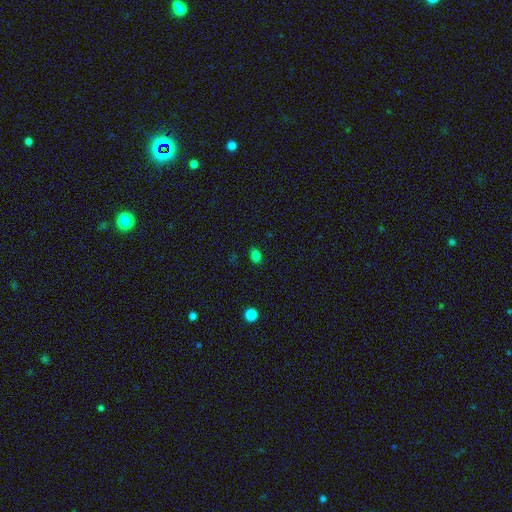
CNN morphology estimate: smooth 81%, star or artifact 15%, featured or disk 5%. Down the decision tree: how rounded — in between (68%); merging — none (87%).